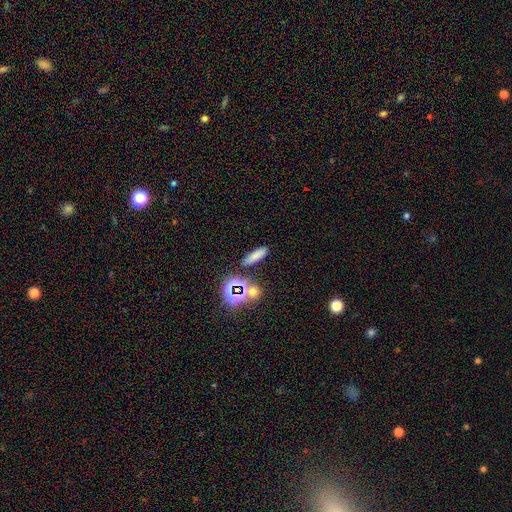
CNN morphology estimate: Q: Smooth or featured?
A: smooth (71%); runner-up: star or artifact (21%)
Q: How rounded?
A: cigar-shaped (48%); runner-up: in between (43%)
Q: Merging?
A: none (83%); runner-up: minor disturbance (8%)